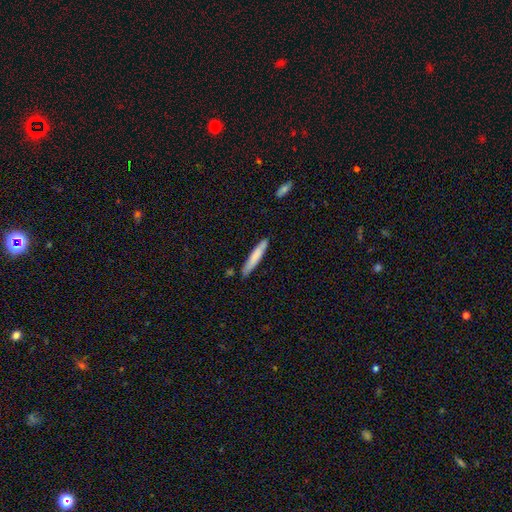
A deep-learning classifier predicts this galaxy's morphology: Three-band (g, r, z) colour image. It shows a smooth galaxy with no disk features (76%) that is cigar-shaped (93%). Merging: none (84%).